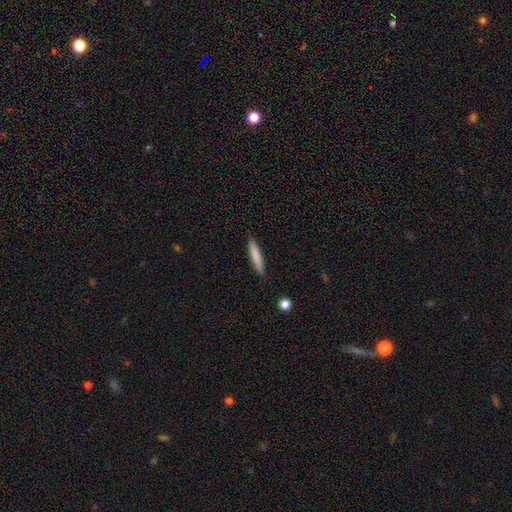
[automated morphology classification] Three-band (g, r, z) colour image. It shows a smooth galaxy with no disk features (80%) that is cigar-shaped (91%). Merging: none (89%).